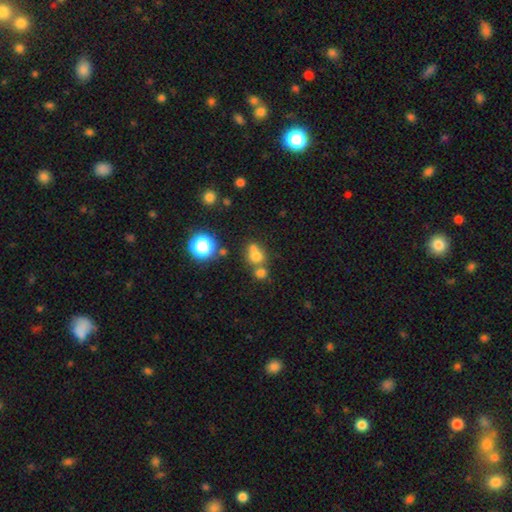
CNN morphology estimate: Smooth or featured?
  - smooth: 67% *
  - star or artifact: 20%
  - featured or disk: 13%
How rounded?
  - round: 76% *
  - in between: 23%
  - cigar-shaped: 1%
Merging?
  - merger: 47% *
  - none: 41%
  - minor disturbance: 8%
  - major disturbance: 4%